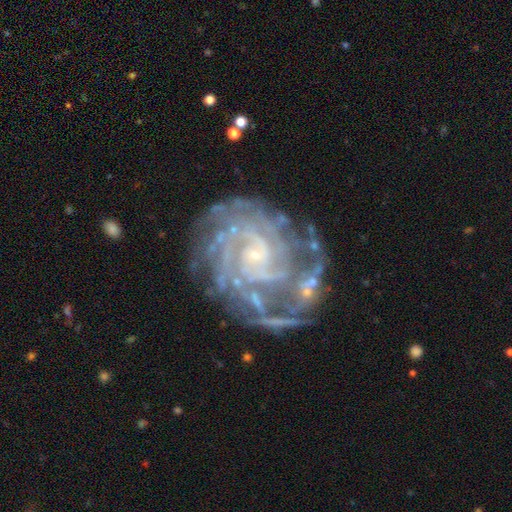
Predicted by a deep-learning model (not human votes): Smooth or featured?
  - featured or disk: 89% *
  - star or artifact: 7%
  - smooth: 5%
Edge-on disk?
  - no: 98% *
  - yes: 2%
Bar?
  - no: 61% *
  - weak: 30%
  - strong: 9%
Spiral arms?
  - yes: 97% *
  - no: 3%
Spiral winding?
  - tight: 75% *
  - medium: 21%
  - loose: 4%
Spiral arm count?
  - can't tell: 27% *
  - 4: 21%
  - more than 4: 16%
  - 3: 15%
  - 2: 13%
  - 1: 8%
Bulge size?
  - small: 77% *
  - moderate: 13%
  - none: 7%
  - large: 1%
  - dominant: 1%
Merging?
  - none: 64% *
  - minor disturbance: 19%
  - major disturbance: 12%
  - merger: 5%